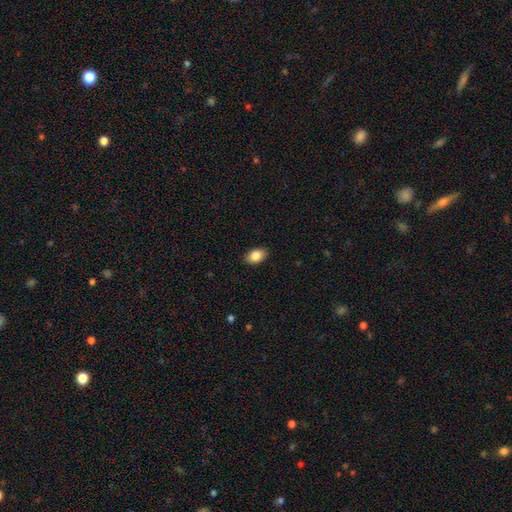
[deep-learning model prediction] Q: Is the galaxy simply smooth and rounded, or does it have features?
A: smooth — 85%.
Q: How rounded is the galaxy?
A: in between — 89%.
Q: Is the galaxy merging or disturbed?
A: none — 88%.